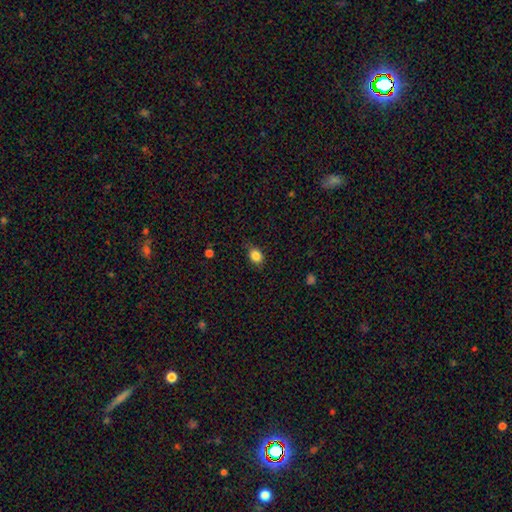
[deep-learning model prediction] Morphology: type=smooth (86%); roundness=in between (69%); merging=none (80%).